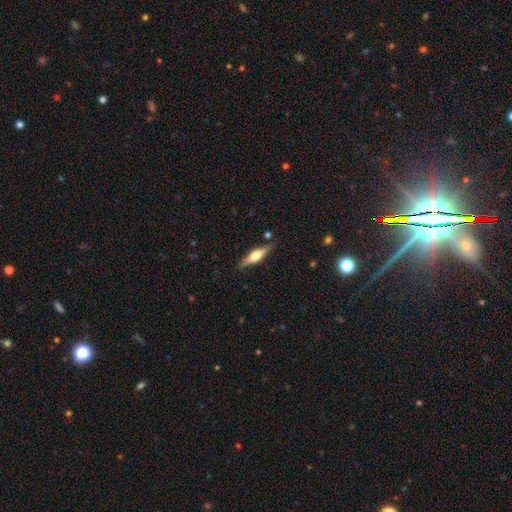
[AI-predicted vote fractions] Q: Smooth or featured?
A: featured or disk (60%); runner-up: smooth (34%)
Q: Edge-on disk?
A: yes (95%); runner-up: no (5%)
Q: Edge-on bulge?
A: rounded (92%); runner-up: boxy (6%)
Q: Merging?
A: none (86%); runner-up: minor disturbance (10%)